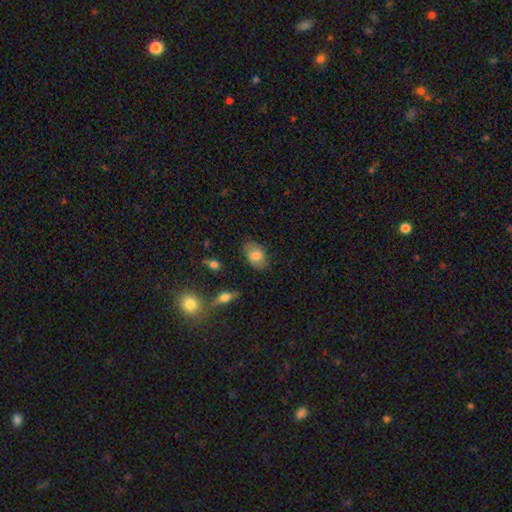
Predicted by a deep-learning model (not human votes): The model was most divided on "smooth or featured": smooth: 77%, featured or disk: 16%, star or artifact: 7%. More confident: how rounded — in between (88%); merging — none (83%).